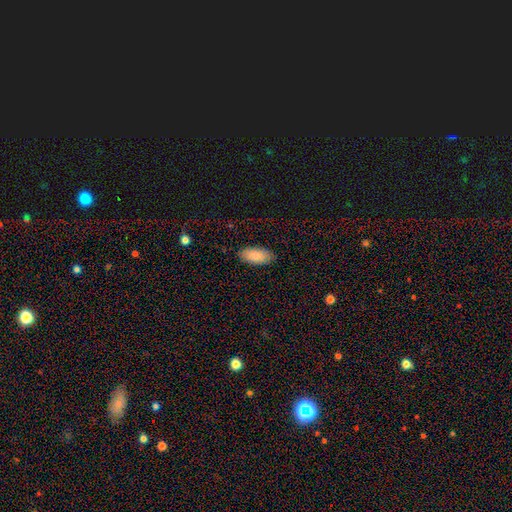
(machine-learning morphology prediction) Smooth or featured? smooth (87%)
How rounded? in between (91%)
Merging? none (87%)